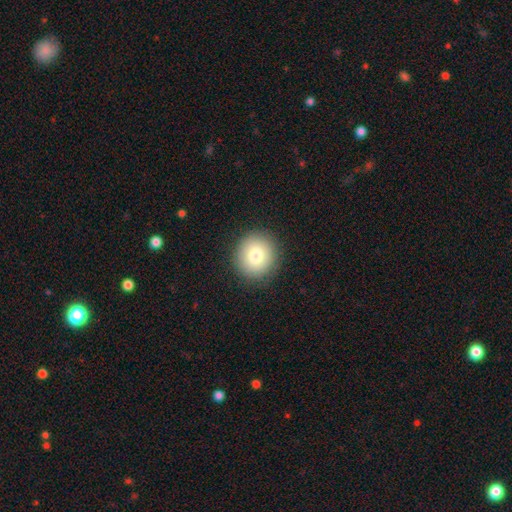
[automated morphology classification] Q: Smooth or featured?
A: smooth (80%); runner-up: featured or disk (11%)
Q: How rounded?
A: round (90%); runner-up: in between (9%)
Q: Merging?
A: none (90%); runner-up: minor disturbance (7%)